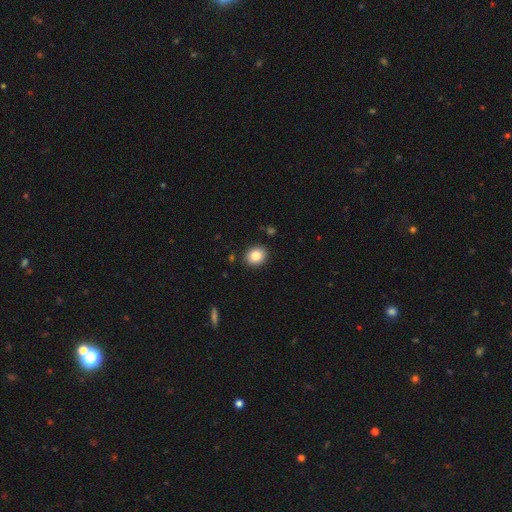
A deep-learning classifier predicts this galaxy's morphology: Q: Smooth or featured?
A: smooth (86%); runner-up: star or artifact (9%)
Q: How rounded?
A: round (63%); runner-up: in between (36%)
Q: Merging?
A: none (89%); runner-up: minor disturbance (7%)